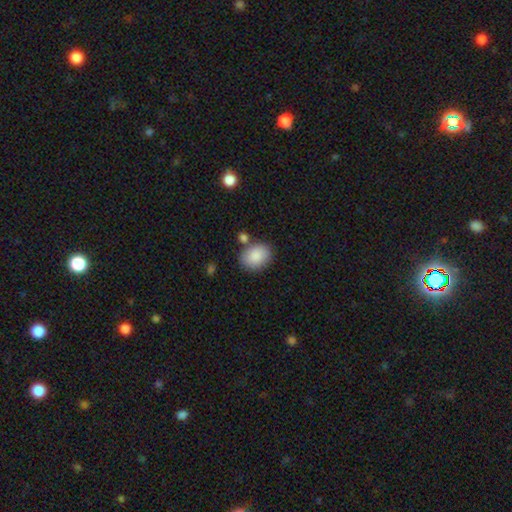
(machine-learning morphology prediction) Q: Smooth or featured?
A: smooth (88%); runner-up: star or artifact (7%)
Q: How rounded?
A: in between (66%); runner-up: round (33%)
Q: Merging?
A: none (73%); runner-up: minor disturbance (13%)